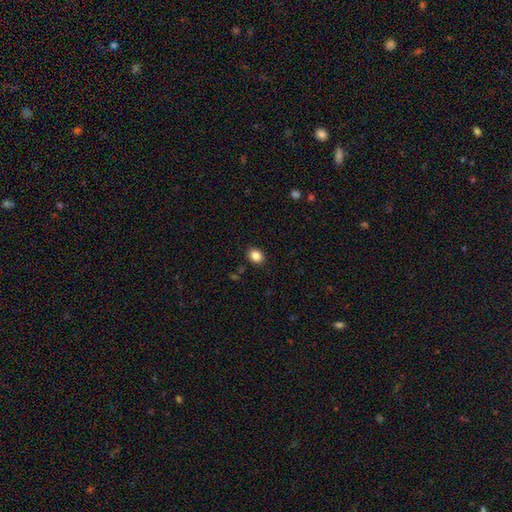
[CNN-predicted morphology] Smooth or featured? smooth (85%)
How rounded? in between (52%)
Merging? none (89%)